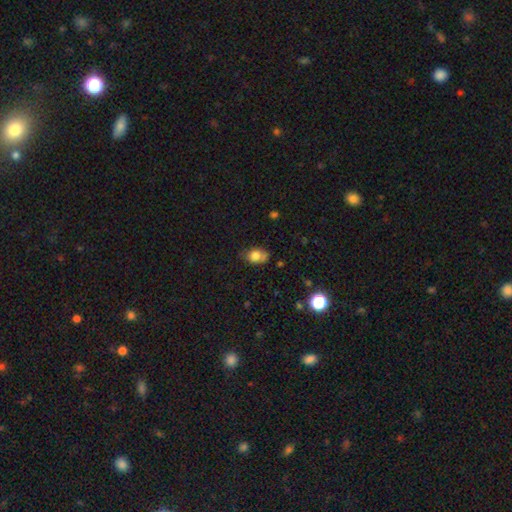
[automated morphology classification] A smooth galaxy with no disk features (75%) that is in between round and cigar-shaped (67%). Merging: none (56%).